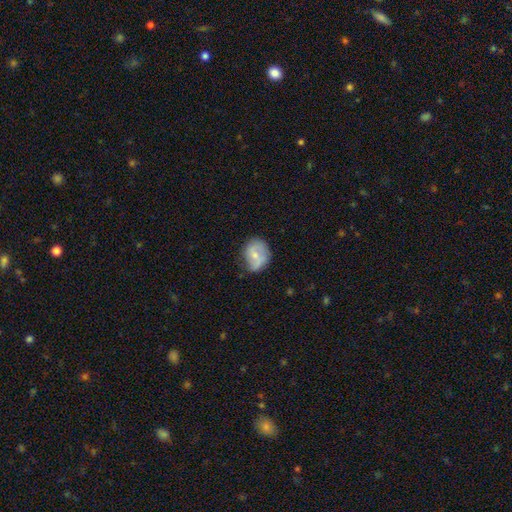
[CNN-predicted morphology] A smooth galaxy with no disk features (53%) that is round (53%).

Vote fractions:
- Smooth or featured? smooth: 53% / featured or disk: 40% / star or artifact: 7%
- How rounded? round: 53% / in between: 46% / cigar-shaped: 1%
- Merging? none: 60% / minor disturbance: 29% / major disturbance: 9% / merger: 2%